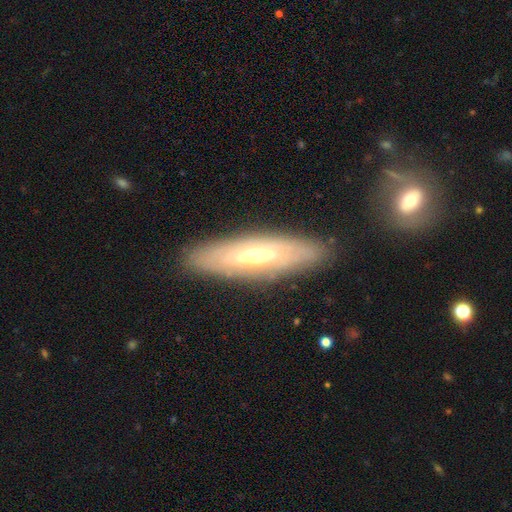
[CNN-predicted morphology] The model was most divided on "edge-on disk": no: 58%, yes: 42%. More confident: merging — none (83%); smooth or featured — featured or disk (67%).